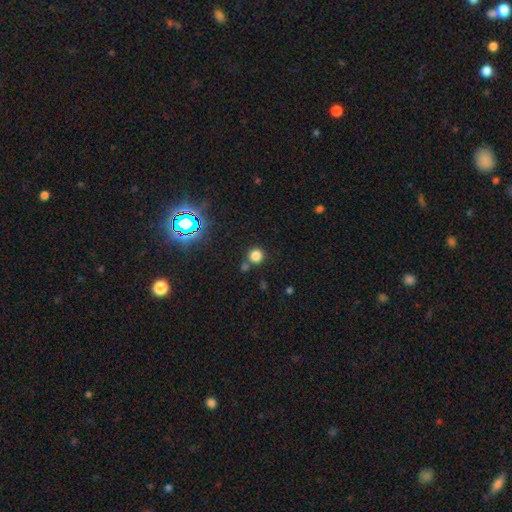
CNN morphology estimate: A smooth galaxy with no disk features (78%) that is round (93%). Merging: none (74%).